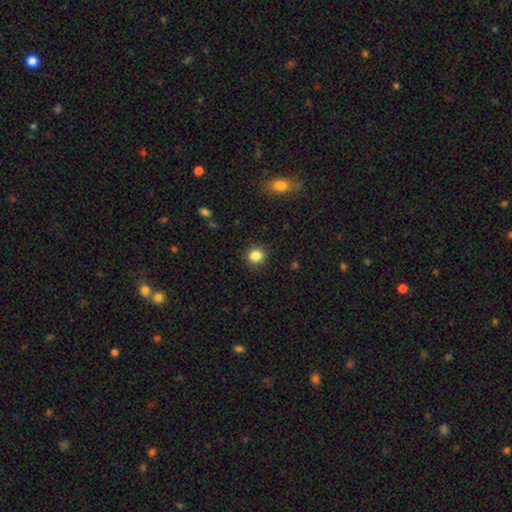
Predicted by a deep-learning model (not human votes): A smooth galaxy with no disk features (85%) that is round (91%). Merging: none (91%).